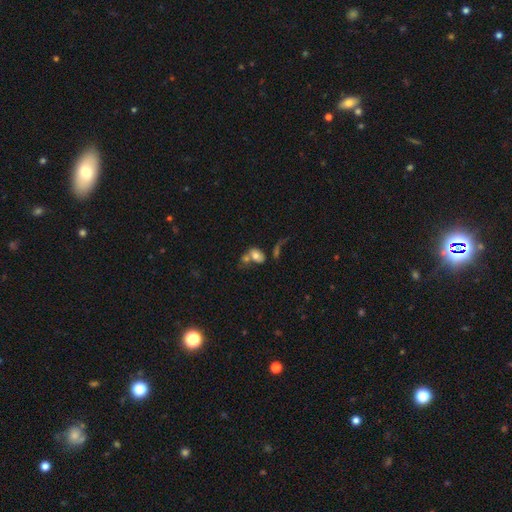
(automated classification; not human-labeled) The model was most divided on "merging": merger: 51%, none: 28%, minor disturbance: 11%, major disturbance: 10%. More confident: how rounded — in between (80%); smooth or featured — smooth (69%).